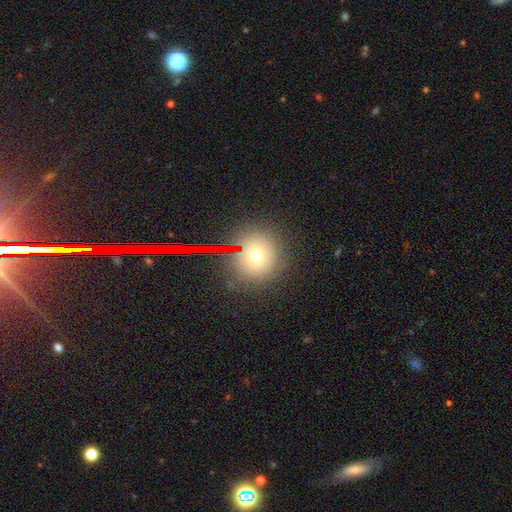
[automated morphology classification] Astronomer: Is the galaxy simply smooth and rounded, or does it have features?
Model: smooth — 66%.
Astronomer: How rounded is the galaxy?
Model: round — 84%.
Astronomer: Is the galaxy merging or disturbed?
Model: none — 82%.